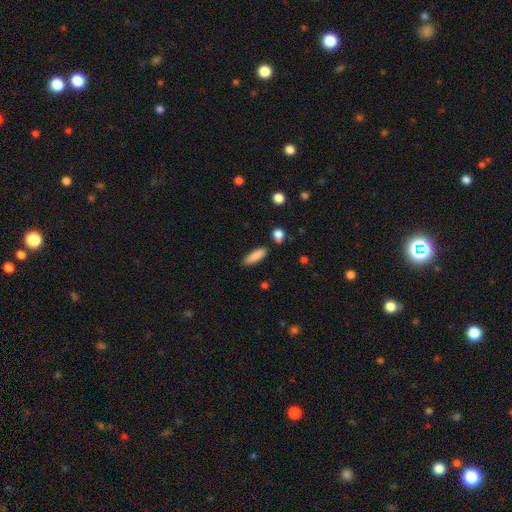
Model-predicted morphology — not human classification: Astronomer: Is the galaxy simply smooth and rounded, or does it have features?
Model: smooth — 85%.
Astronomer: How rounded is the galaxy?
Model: cigar-shaped — 52% (runner-up: in between, 46%).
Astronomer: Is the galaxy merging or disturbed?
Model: none — 82%.